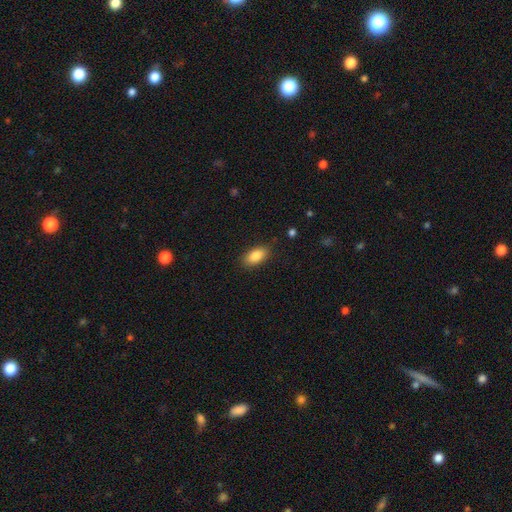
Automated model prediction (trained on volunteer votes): This appears to be a smooth galaxy with no disk features (86%) that is in between round and cigar-shaped (90%). Merging: none (85%).